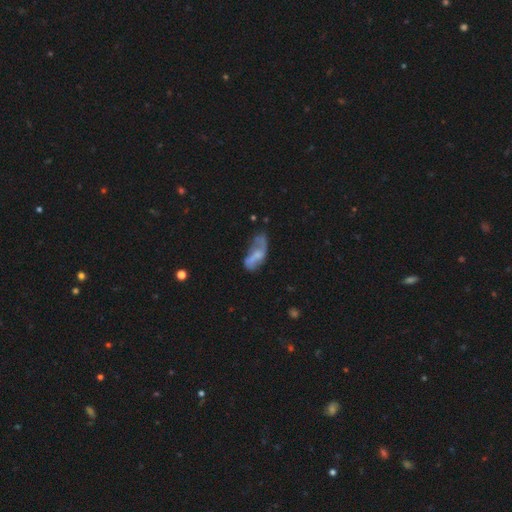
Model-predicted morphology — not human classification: Overall: featured or disk (58%; smooth 33%). Edge-on disk: no (92%). Bar: no (51%; weak 36%). Spiral arms: yes (71%). Bulge size: small (36%; none 34%). Merging: none (40%; minor disturbance 27%).